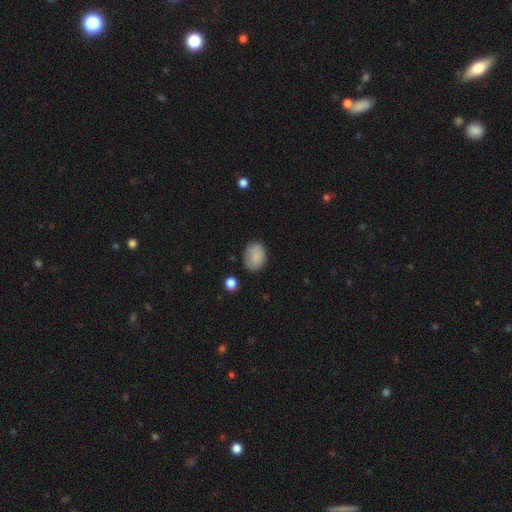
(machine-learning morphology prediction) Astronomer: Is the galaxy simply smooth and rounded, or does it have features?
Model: smooth — 85%.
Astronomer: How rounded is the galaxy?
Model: in between — 66%.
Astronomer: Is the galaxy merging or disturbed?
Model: none — 75%.